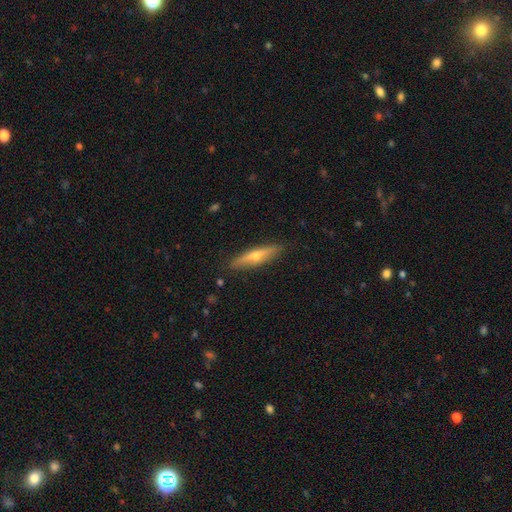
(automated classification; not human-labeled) A featured or disk galaxy (58%) viewed edge-on (93%) with a rounded central bulge (90%).

Vote fractions:
- Smooth or featured? featured or disk: 58% / smooth: 36% / star or artifact: 6%
- Edge-on disk? yes: 93% / no: 7%
- Edge-on bulge? rounded: 90% / none: 7% / boxy: 3%
- Merging? none: 88% / minor disturbance: 9% / major disturbance: 2% / merger: 1%